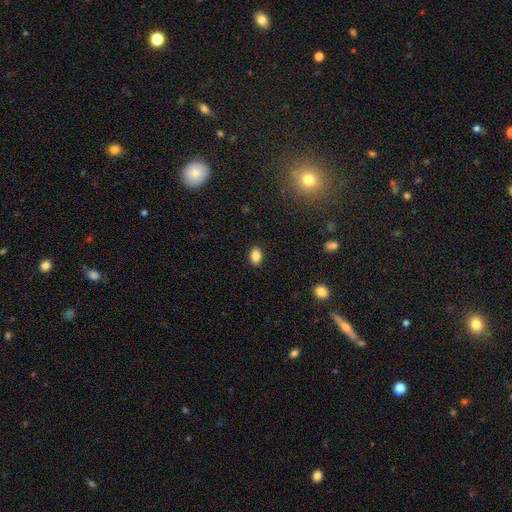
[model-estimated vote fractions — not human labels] smooth_or_featured: smooth (p=0.86) [alt: star or artifact p=0.09]
how_rounded: in between (p=0.79) [alt: round p=0.20]
merging: none (p=0.89) [alt: minor disturbance p=0.07]